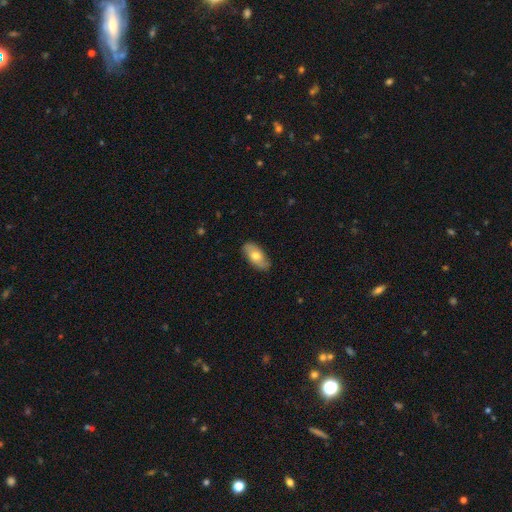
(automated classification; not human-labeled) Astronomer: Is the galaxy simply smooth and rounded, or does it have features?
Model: smooth — 66%.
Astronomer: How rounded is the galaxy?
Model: in between — 91%.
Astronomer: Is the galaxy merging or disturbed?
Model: none — 83%.